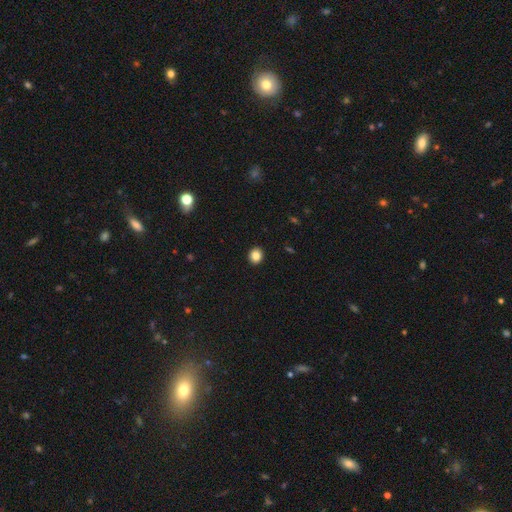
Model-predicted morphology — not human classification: type=smooth (85%); roundness=round (77%); merging=none (93%).